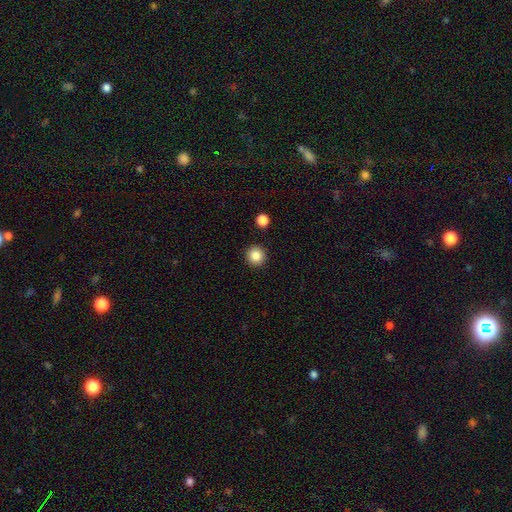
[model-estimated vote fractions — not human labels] Overall: smooth (85%). How rounded: round (94%). Merging: none (92%).